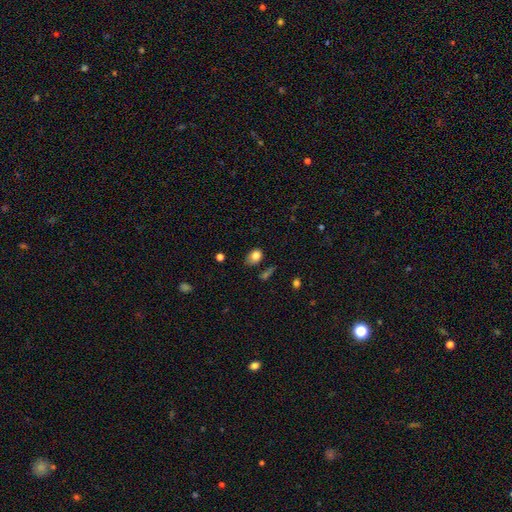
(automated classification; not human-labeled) A smooth galaxy with no disk features (80%) that is in between round and cigar-shaped (78%). Merging: none (57%).